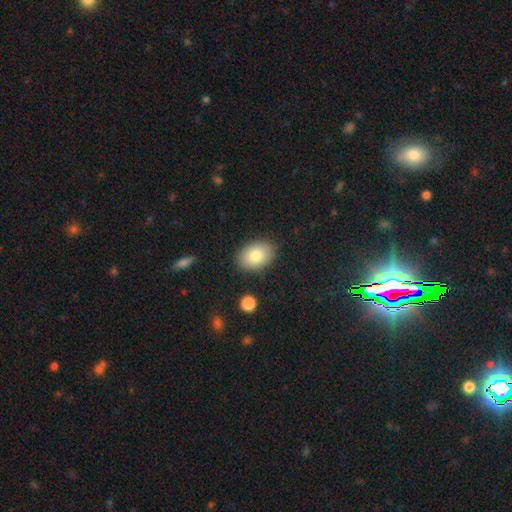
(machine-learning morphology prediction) Smooth or featured: smooth — 81% (featured or disk — 11%)
How rounded: in between — 81% (round — 18%)
Merging: none — 86% (minor disturbance — 10%)